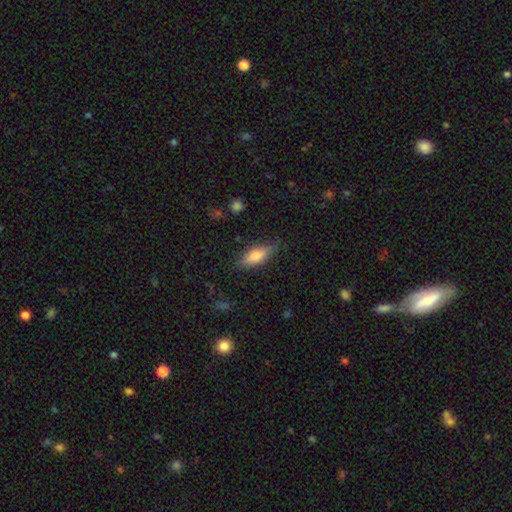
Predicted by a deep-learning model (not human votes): A smooth galaxy with no disk features (62%) that is in between round and cigar-shaped (59%).

Vote fractions:
- Smooth or featured? smooth: 62% / featured or disk: 30% / star or artifact: 8%
- How rounded? in between: 59% / cigar-shaped: 38% / round: 3%
- Merging? none: 79% / minor disturbance: 15% / major disturbance: 4% / merger: 1%